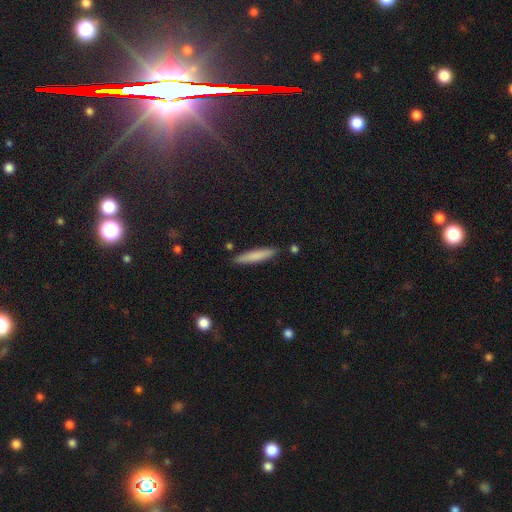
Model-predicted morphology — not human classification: The model was most divided on "smooth or featured": smooth: 77%, featured or disk: 16%, star or artifact: 7%. More confident: how rounded — cigar-shaped (90%); merging — none (87%).